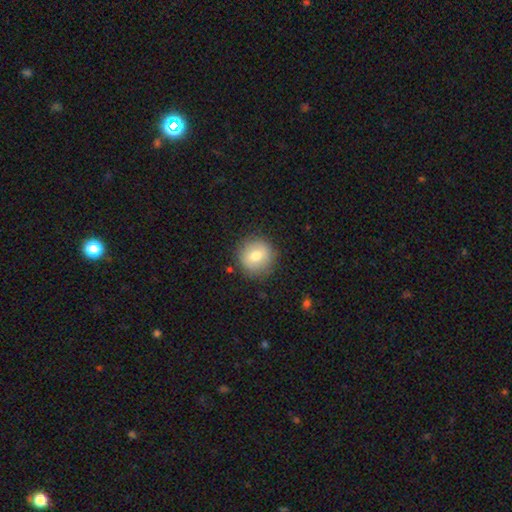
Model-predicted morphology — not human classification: This appears to be a smooth galaxy with no disk features (71%) that is round (94%). Merging: none (87%).